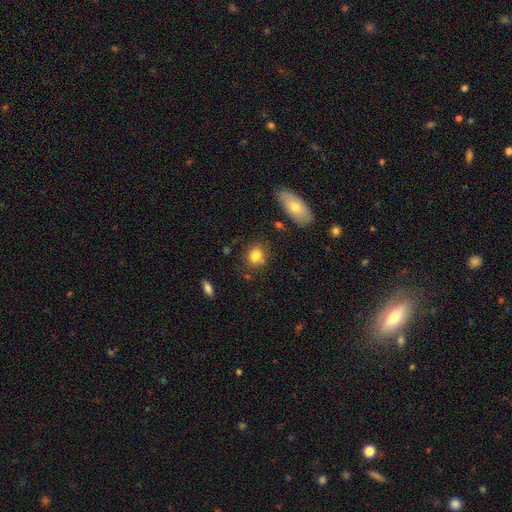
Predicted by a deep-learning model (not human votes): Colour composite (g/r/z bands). It shows a smooth galaxy with no disk features (83%) that is round (61%). Merging: none (78%).